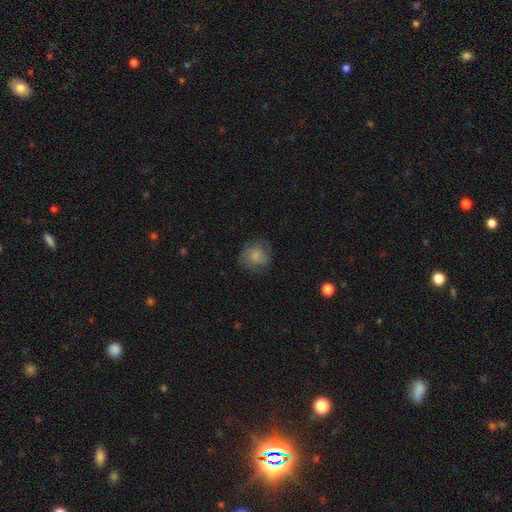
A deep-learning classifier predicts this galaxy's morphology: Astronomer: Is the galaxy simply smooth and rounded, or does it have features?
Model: smooth — 59%.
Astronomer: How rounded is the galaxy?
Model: round — 81%.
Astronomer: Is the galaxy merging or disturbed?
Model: none — 72%.